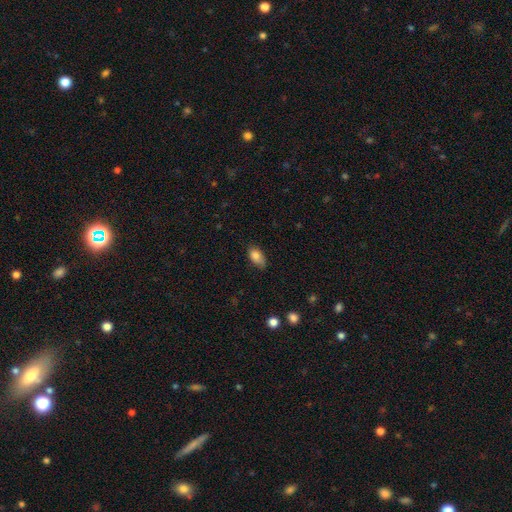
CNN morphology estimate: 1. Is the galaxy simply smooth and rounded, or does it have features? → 83% smooth, 9% featured or disk, 8% star or artifact.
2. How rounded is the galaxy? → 90% in between, 6% round, 4% cigar-shaped.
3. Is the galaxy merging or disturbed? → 66% none, 27% minor disturbance, 5% major disturbance, 2% merger.